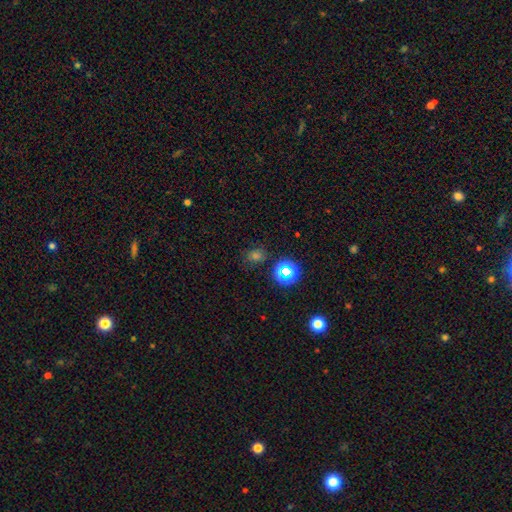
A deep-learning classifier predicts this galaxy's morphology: smooth 56%, star or artifact 36%, featured or disk 8%. Down the decision tree: how rounded — round (68%); merging — none (77%).